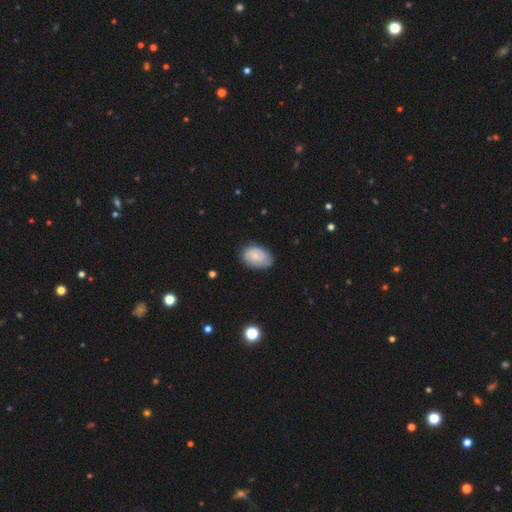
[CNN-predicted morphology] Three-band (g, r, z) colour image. It shows a smooth galaxy with no disk features (72%) that is in between round and cigar-shaped (85%). Merging: none (71%).